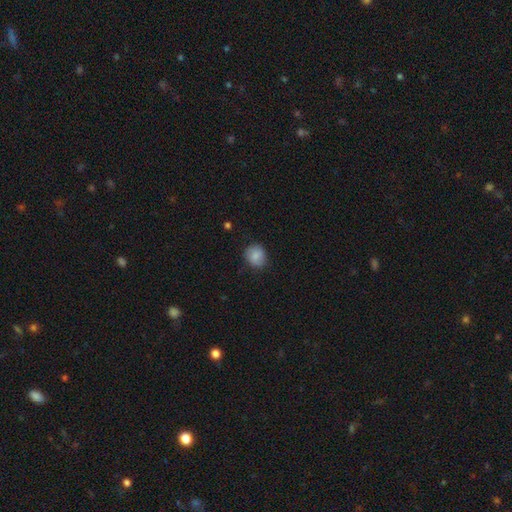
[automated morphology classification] Smooth or featured: smooth — 83% (featured or disk — 9%)
How rounded: round — 77% (in between — 22%)
Merging: none — 79% (minor disturbance — 17%)